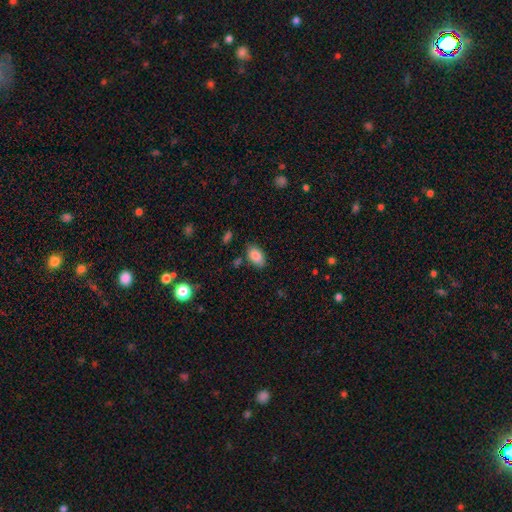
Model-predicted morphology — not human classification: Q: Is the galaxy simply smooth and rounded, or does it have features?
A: smooth — 84%.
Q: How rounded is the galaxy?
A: in between — 91%.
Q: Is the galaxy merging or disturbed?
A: none — 80%.